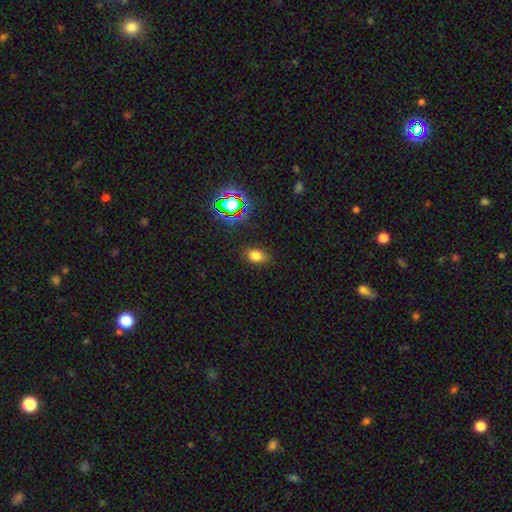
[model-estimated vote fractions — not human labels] smooth-or-featured: smooth: 74% | star or artifact: 19% | featured or disk: 7%
  how-rounded: in between: 74% | round: 24% | cigar-shaped: 2%
  merging: none: 83% | minor disturbance: 12% | major disturbance: 3% | merger: 1%